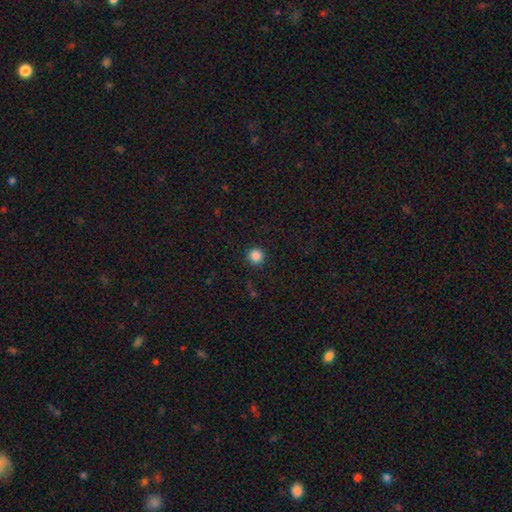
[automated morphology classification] smooth_or_featured: smooth (p=0.86) [alt: star or artifact p=0.11]
how_rounded: round (p=0.96) [alt: in between p=0.03]
merging: none (p=0.91) [alt: minor disturbance p=0.06]